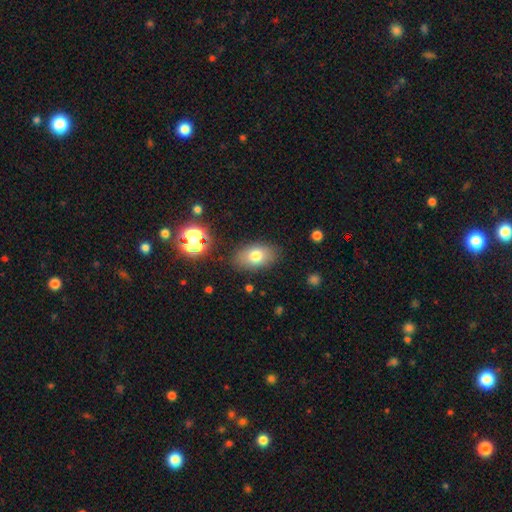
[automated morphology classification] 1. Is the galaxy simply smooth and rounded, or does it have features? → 76% smooth, 14% featured or disk, 10% star or artifact.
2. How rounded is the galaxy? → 87% in between, 11% round, 2% cigar-shaped.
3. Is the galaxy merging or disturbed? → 82% none, 12% minor disturbance, 4% major disturbance, 2% merger.